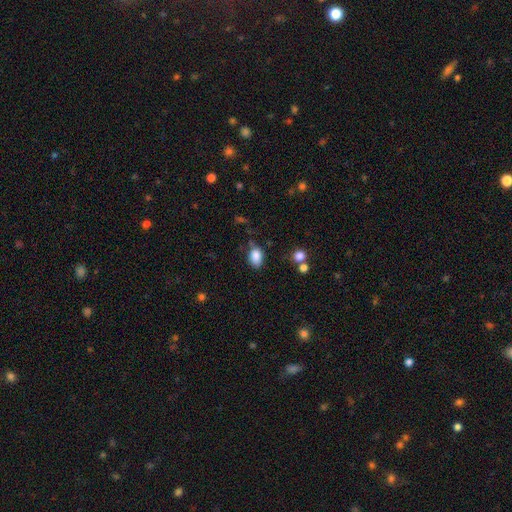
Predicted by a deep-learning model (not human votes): Overall: smooth (85%). How rounded: in between (82%). Merging: none (64%; minor disturbance 25%).